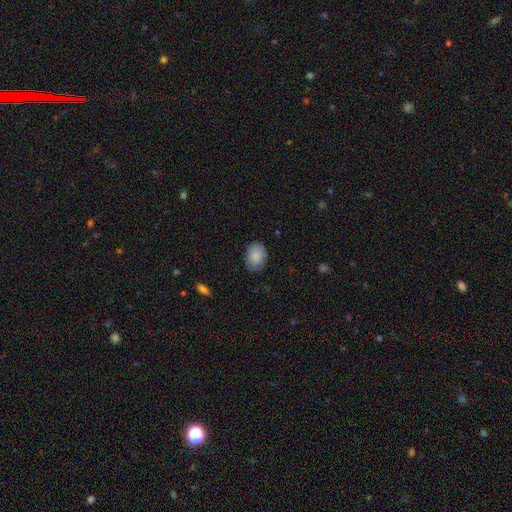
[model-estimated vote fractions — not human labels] The model was most divided on "how rounded": in between: 74%, round: 25%, cigar-shaped: 1%. More confident: smooth or featured — smooth (87%); merging — none (82%).